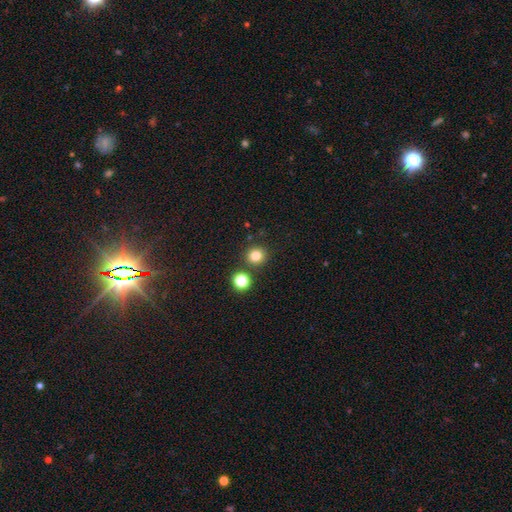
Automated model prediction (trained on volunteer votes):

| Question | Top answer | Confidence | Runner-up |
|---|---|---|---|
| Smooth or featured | smooth | 81% | star or artifact (14%) |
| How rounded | round | 91% | in between (8%) |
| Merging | none | 84% | merger (7%) |